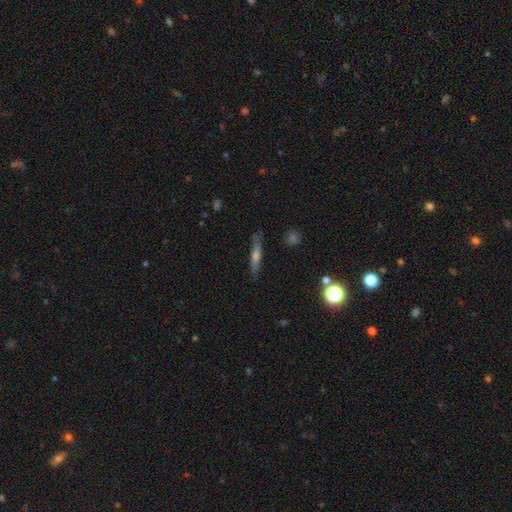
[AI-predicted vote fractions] Smooth or featured? Predicted: featured or disk (p=0.54). Edge-on disk? Predicted: yes (p=0.93). Edge-on bulge? Predicted: rounded (p=0.70). Merging? Predicted: none (p=0.86).